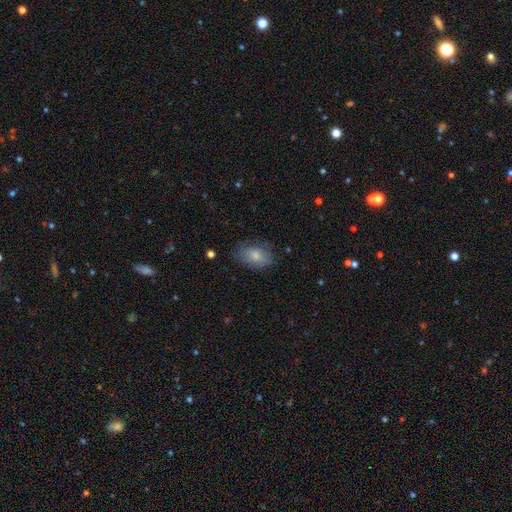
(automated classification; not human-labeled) smooth_or_featured: smooth (p=0.74) [alt: featured or disk p=0.18]
how_rounded: in between (p=0.85) [alt: round p=0.14]
merging: none (p=0.67) [alt: minor disturbance p=0.23]